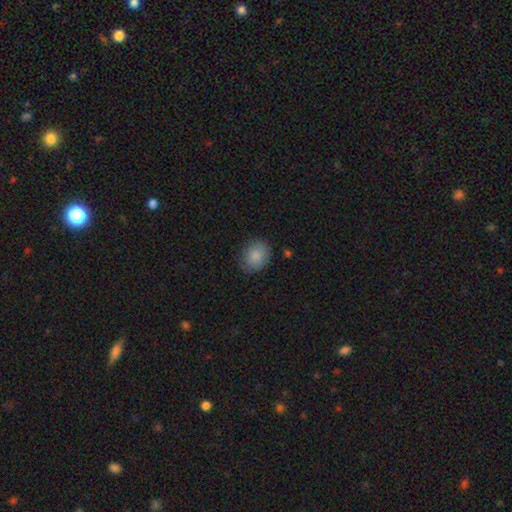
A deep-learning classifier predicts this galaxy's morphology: This is clearly a smooth galaxy (87%). How rounded: likely round (61%). Merging: likely none (79%).